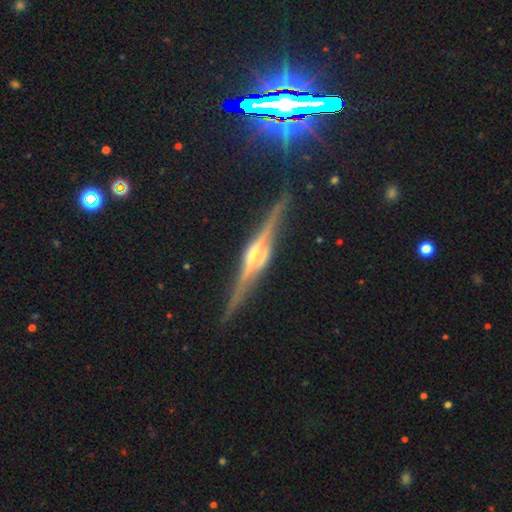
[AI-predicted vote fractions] Smooth or featured?
  - featured or disk: 89% *
  - star or artifact: 6%
  - smooth: 5%
Edge-on disk?
  - yes: 98% *
  - no: 2%
Edge-on bulge?
  - rounded: 80% *
  - boxy: 15%
  - none: 5%
Merging?
  - none: 88% *
  - minor disturbance: 9%
  - major disturbance: 2%
  - merger: 1%